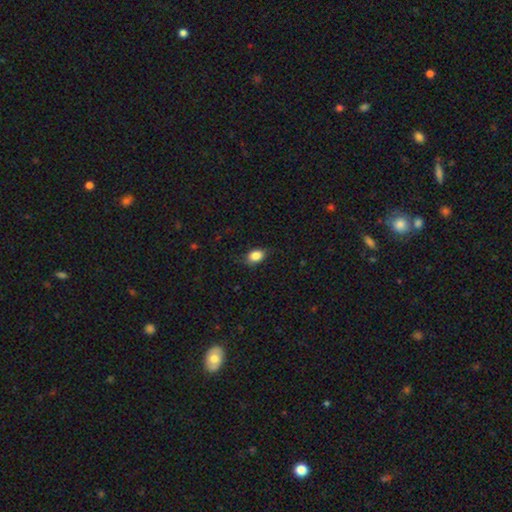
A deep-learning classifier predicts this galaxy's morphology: smooth_or_featured: smooth (p=0.84) [alt: star or artifact p=0.09]
how_rounded: in between (p=0.78) [alt: round p=0.20]
merging: none (p=0.76) [alt: minor disturbance p=0.18]